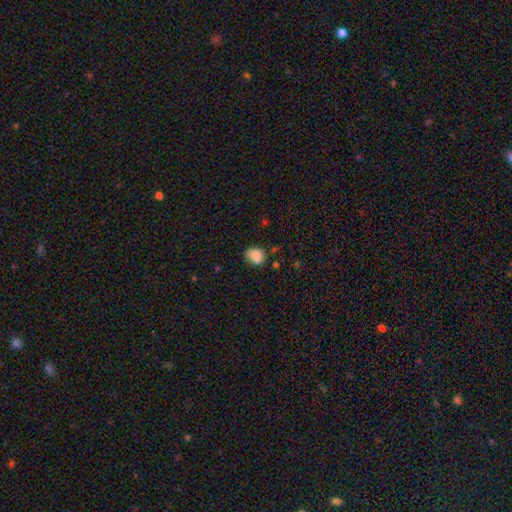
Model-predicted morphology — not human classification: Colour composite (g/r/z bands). It shows a smooth galaxy with no disk features (78%) that is round (55%). Merging: none (61%).